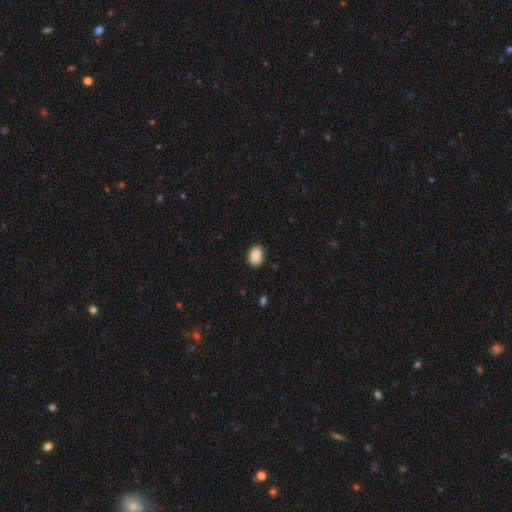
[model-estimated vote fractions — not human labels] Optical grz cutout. It shows a smooth galaxy with no disk features (89%) that is in between round and cigar-shaped (80%). Merging: none (86%).